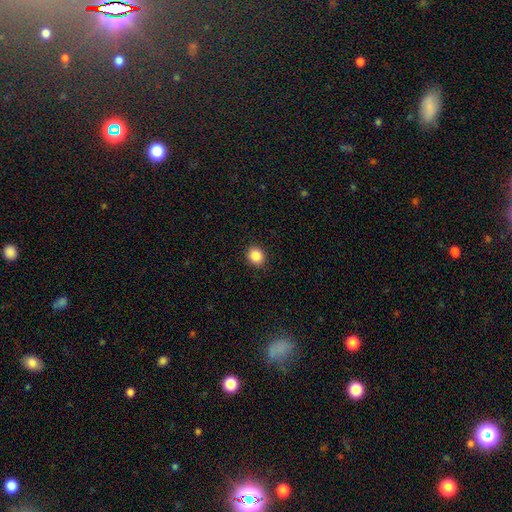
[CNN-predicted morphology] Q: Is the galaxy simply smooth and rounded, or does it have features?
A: smooth — 87%.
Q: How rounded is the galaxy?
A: round — 75%.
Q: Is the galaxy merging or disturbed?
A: none — 91%.